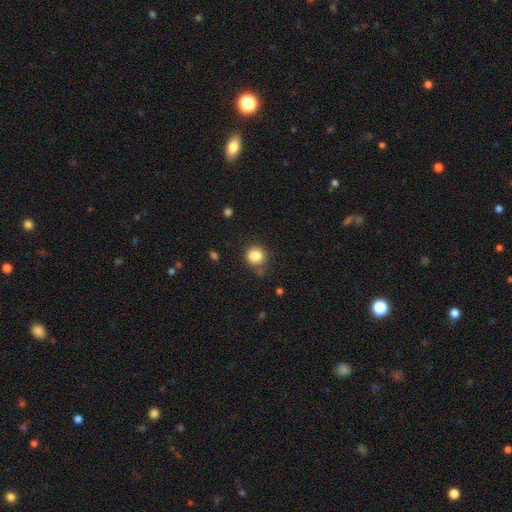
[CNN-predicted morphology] A smooth galaxy with no disk features (84%) that is round (89%). Merging: none (71%).